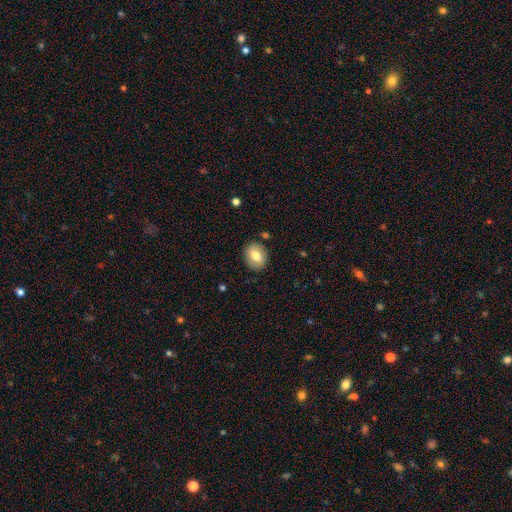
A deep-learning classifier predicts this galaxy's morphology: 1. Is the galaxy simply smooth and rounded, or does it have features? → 72% smooth, 20% featured or disk, 7% star or artifact.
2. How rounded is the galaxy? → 63% in between, 35% round, 1% cigar-shaped.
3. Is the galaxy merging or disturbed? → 85% none, 11% minor disturbance, 3% major disturbance, 2% merger.